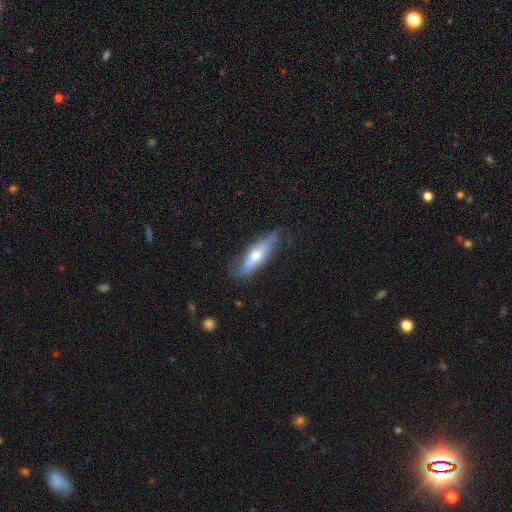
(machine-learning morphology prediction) The model was most divided on "smooth or featured": smooth: 49%, featured or disk: 45%, star or artifact: 6%. More confident: merging — none (66%).